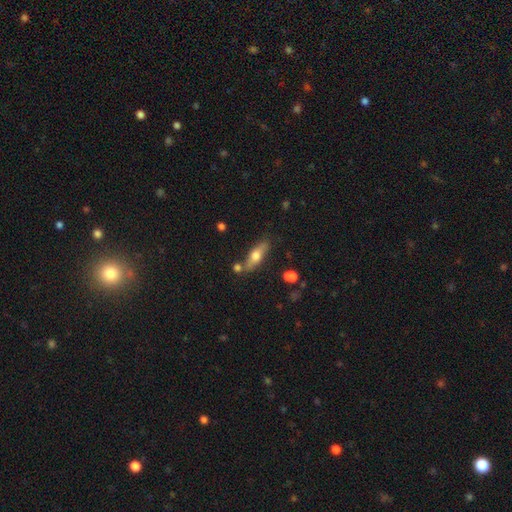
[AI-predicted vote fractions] This is likely a smooth galaxy (61%). How rounded: possibly in between (56%). Merging: likely none (70%).